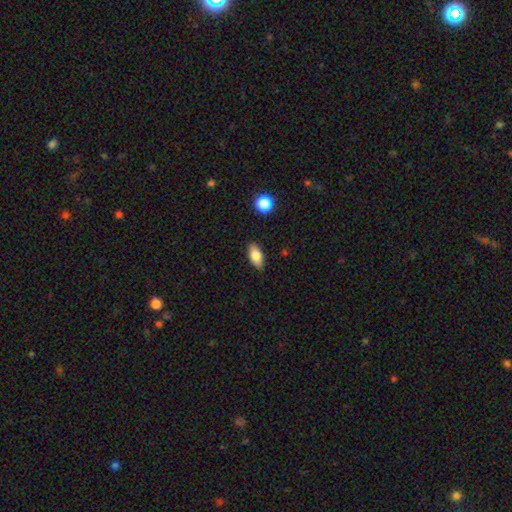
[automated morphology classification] This appears to be a smooth galaxy with no disk features (82%) that is in between round and cigar-shaped (90%). Merging: none (86%).